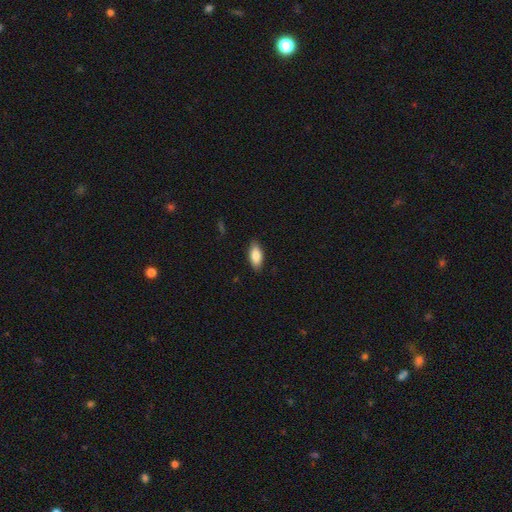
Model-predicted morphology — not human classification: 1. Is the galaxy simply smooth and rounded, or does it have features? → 86% smooth, 8% featured or disk, 6% star or artifact.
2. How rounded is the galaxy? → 88% in between, 10% cigar-shaped, 2% round.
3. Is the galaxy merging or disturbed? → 86% none, 11% minor disturbance, 2% major disturbance, 1% merger.